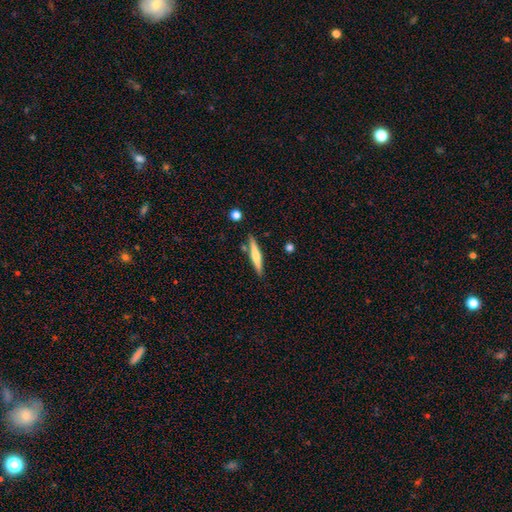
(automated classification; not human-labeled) Morphology: type=smooth (55%); roundness=cigar-shaped (92%); merging=none (83%).